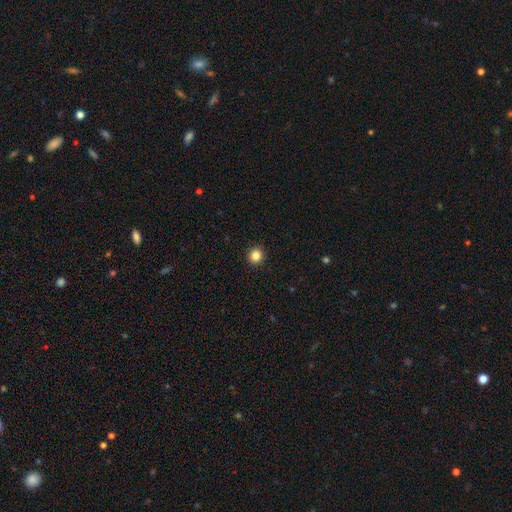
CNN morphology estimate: Overall: smooth (84%). How rounded: round (94%). Merging: none (93%).